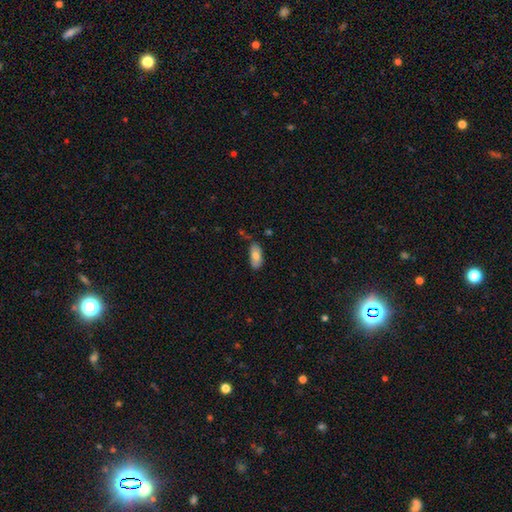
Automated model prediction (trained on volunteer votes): Smooth or featured?
  - smooth: 73% *
  - featured or disk: 20%
  - star or artifact: 7%
How rounded?
  - in between: 90% *
  - cigar-shaped: 7%
  - round: 3%
Merging?
  - none: 64% *
  - minor disturbance: 26%
  - major disturbance: 5%
  - merger: 5%